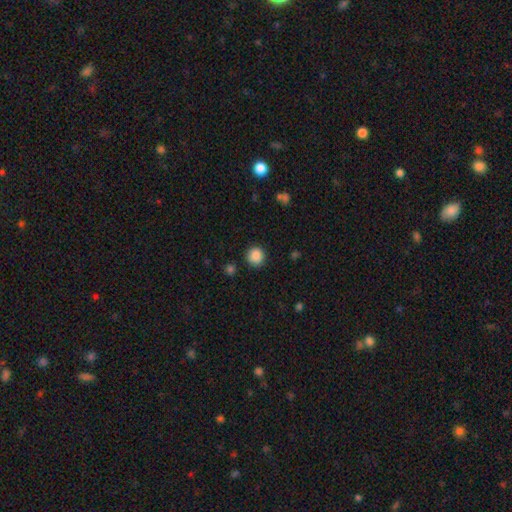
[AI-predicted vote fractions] Q: Smooth or featured?
A: smooth (88%); runner-up: star or artifact (9%)
Q: How rounded?
A: round (93%); runner-up: in between (6%)
Q: Merging?
A: none (90%); runner-up: minor disturbance (6%)